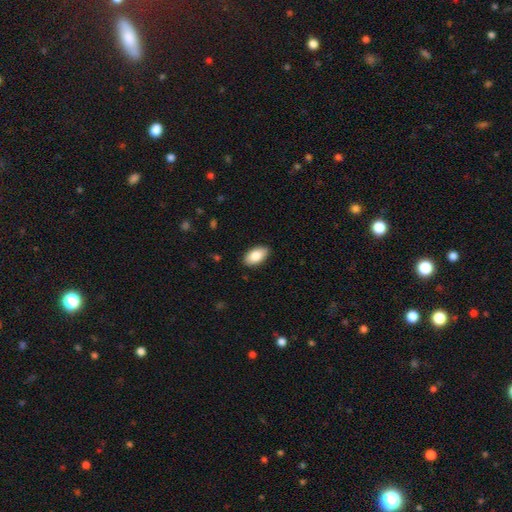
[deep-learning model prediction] Overall: smooth (83%). How rounded: in between (94%). Merging: none (88%).